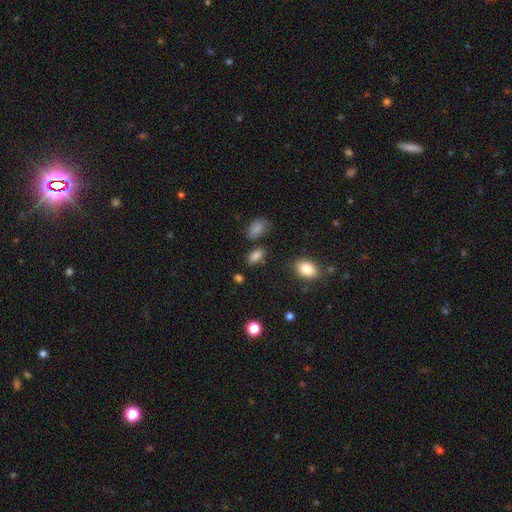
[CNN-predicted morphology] type=smooth (84%); roundness=in between (90%); merging=none (78%).